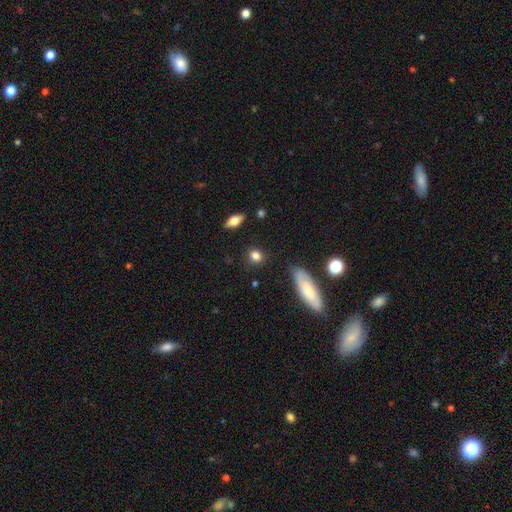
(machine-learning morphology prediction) Smooth or featured? Predicted: smooth (p=0.82). How rounded? Predicted: round (p=0.77). Merging? Predicted: none (p=0.84).